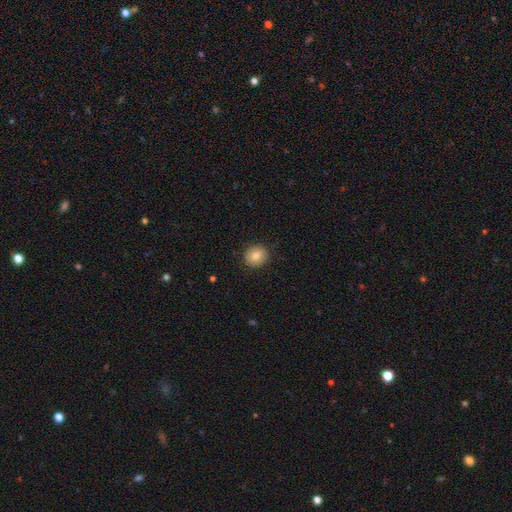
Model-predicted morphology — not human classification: type=smooth (80%); roundness=round (78%); merging=none (88%).